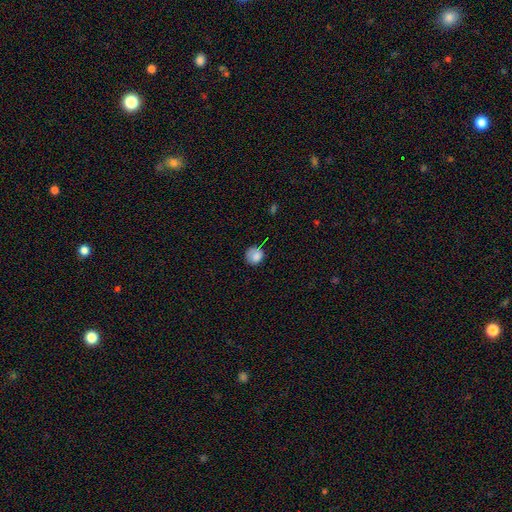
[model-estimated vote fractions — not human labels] A smooth galaxy with no disk features (83%) that is round (82%).

Vote fractions:
- Smooth or featured? smooth: 83% / star or artifact: 10% / featured or disk: 8%
- How rounded? round: 82% / in between: 17% / cigar-shaped: 1%
- Merging? none: 60% / minor disturbance: 28% / major disturbance: 9% / merger: 3%